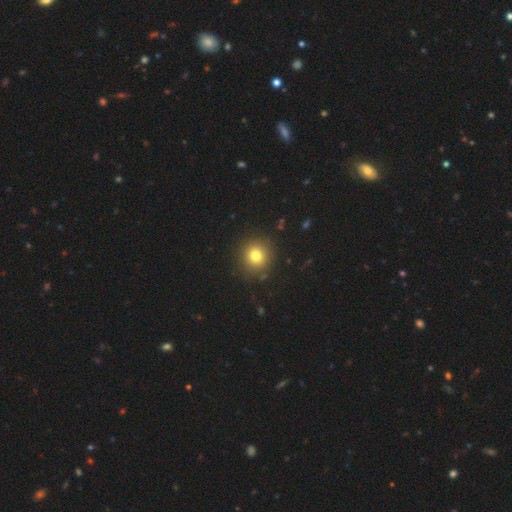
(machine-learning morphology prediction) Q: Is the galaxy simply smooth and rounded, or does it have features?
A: smooth — 78%.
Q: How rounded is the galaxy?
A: round — 92%.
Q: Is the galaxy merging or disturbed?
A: none — 90%.